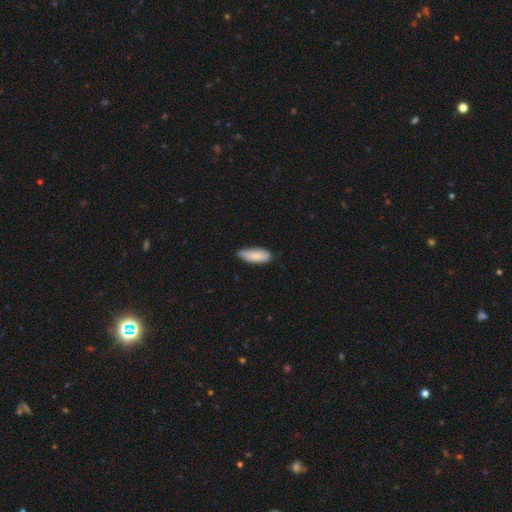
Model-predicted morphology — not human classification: Smooth or featured? Predicted: smooth (p=0.84). How rounded? Predicted: in between (p=0.76). Merging? Predicted: none (p=0.66).